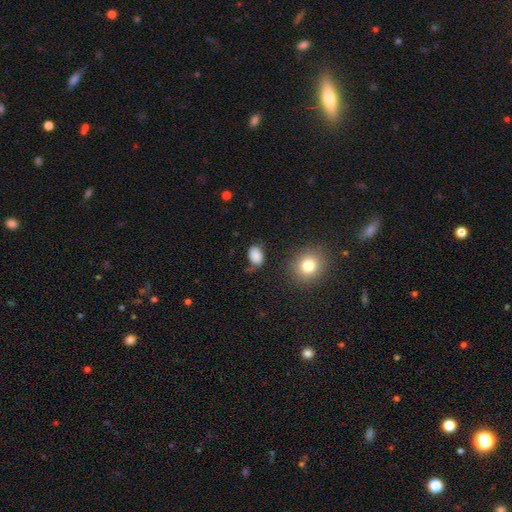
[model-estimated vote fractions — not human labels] The model was most divided on "merging": none: 73%, minor disturbance: 19%, major disturbance: 5%, merger: 3%. More confident: smooth or featured — smooth (85%); how rounded — in between (82%).